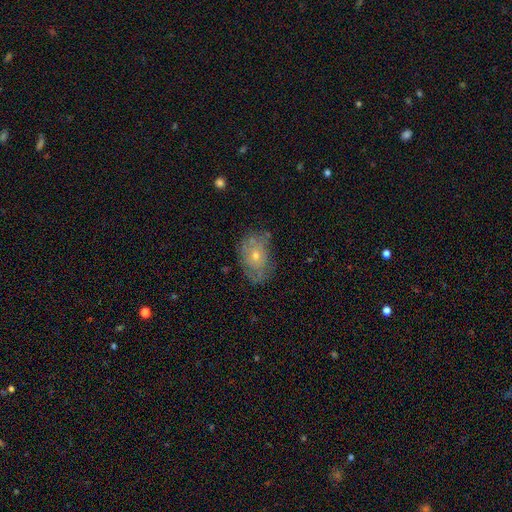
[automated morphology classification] Smooth or featured: featured or disk — 48% (smooth — 41%)
Merging: none — 64% (minor disturbance — 24%)